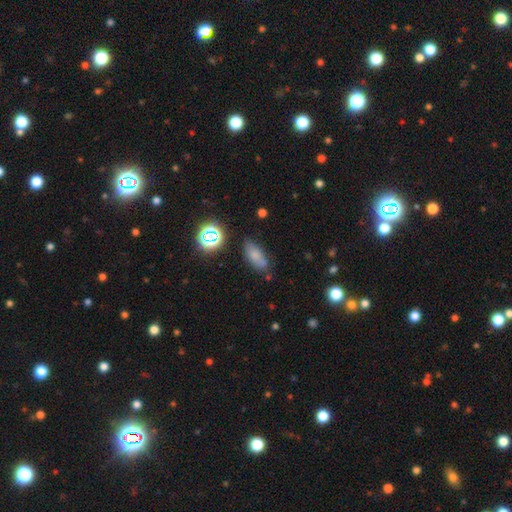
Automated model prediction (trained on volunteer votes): A smooth galaxy with no disk features (71%) that is in between round and cigar-shaped (79%).

Vote fractions:
- Smooth or featured? smooth: 71% / star or artifact: 17% / featured or disk: 12%
- How rounded? in between: 79% / cigar-shaped: 15% / round: 6%
- Merging? none: 68% / minor disturbance: 20% / major disturbance: 6% / merger: 6%